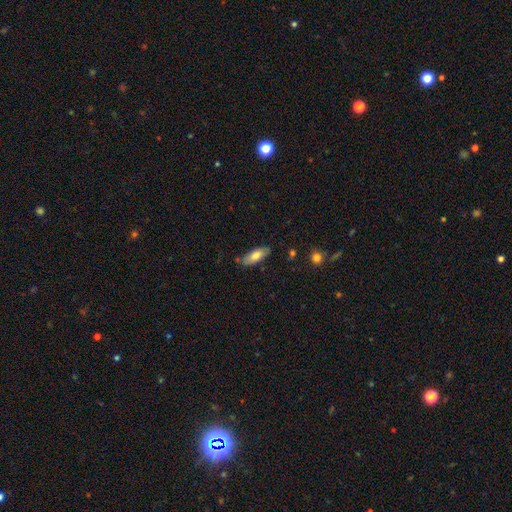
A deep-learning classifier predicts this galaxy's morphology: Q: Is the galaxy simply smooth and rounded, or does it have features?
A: smooth — 71%.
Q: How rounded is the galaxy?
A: in between — 75%.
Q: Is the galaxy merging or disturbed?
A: none — 79%.